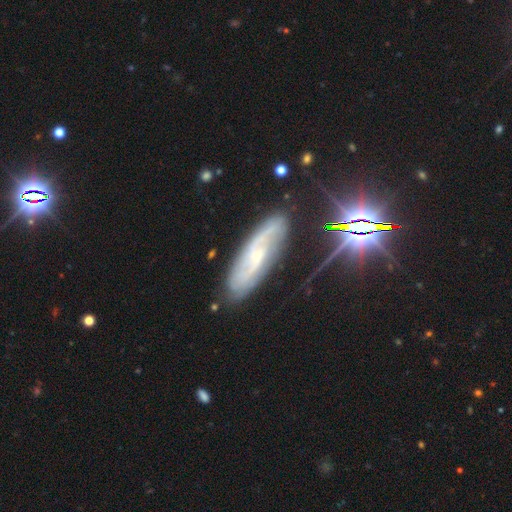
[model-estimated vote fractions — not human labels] Q: Smooth or featured?
A: featured or disk (75%); runner-up: smooth (14%)
Q: Edge-on disk?
A: no (83%); runner-up: yes (17%)
Q: Bar?
A: no (46%); runner-up: weak (39%)
Q: Spiral arms?
A: yes (92%); runner-up: no (8%)
Q: Spiral winding?
A: medium (40%); runner-up: tight (33%)
Q: Spiral arm count?
A: 2 (59%); runner-up: can't tell (26%)
Q: Bulge size?
A: small (76%); runner-up: moderate (19%)
Q: Merging?
A: none (78%); runner-up: minor disturbance (16%)